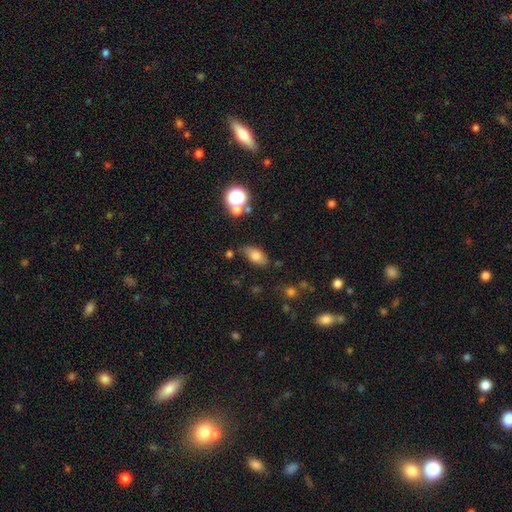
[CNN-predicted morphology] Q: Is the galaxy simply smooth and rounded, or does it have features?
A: smooth — 75%.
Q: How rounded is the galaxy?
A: in between — 86%.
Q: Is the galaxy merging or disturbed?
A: none — 75%.